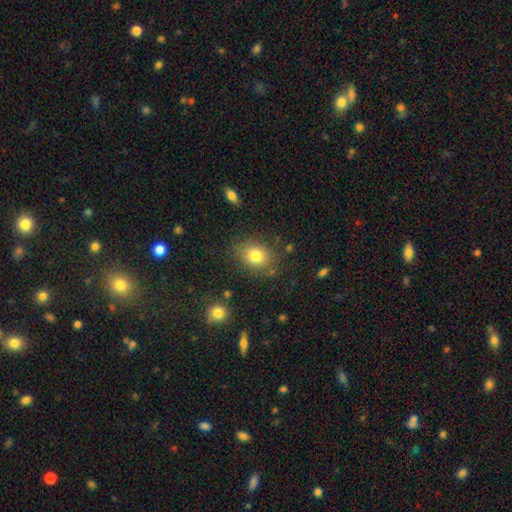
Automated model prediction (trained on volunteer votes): smooth 79%, star or artifact 11%, featured or disk 10%. Down the decision tree: how rounded — in between (55%); merging — none (80%).